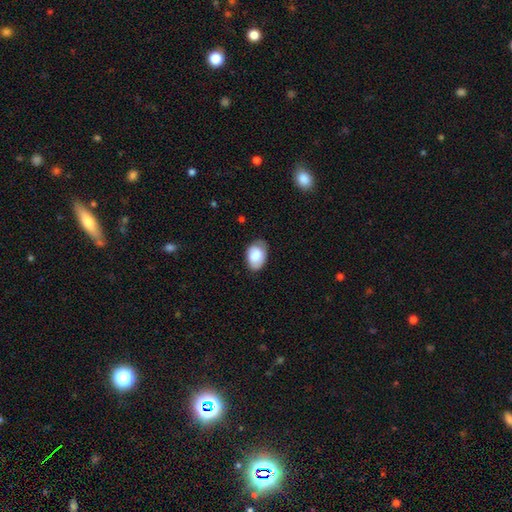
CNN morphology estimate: smooth_or_featured: smooth (p=0.76) [alt: featured or disk p=0.17]
how_rounded: in between (p=0.84) [alt: round p=0.15]
merging: none (p=0.66) [alt: minor disturbance p=0.28]